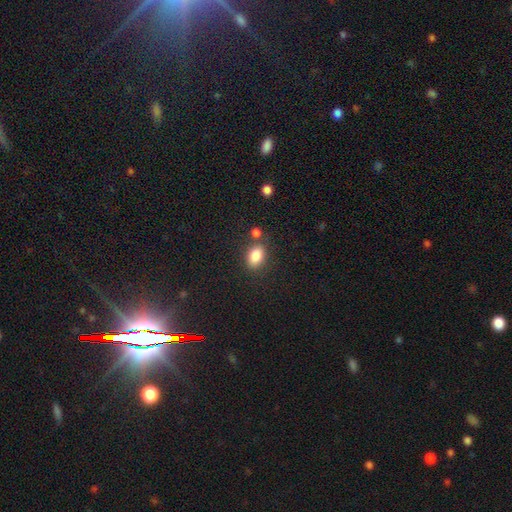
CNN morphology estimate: This is clearly a smooth galaxy (85%). How rounded: clearly in between (81%). Merging: likely none (71%).